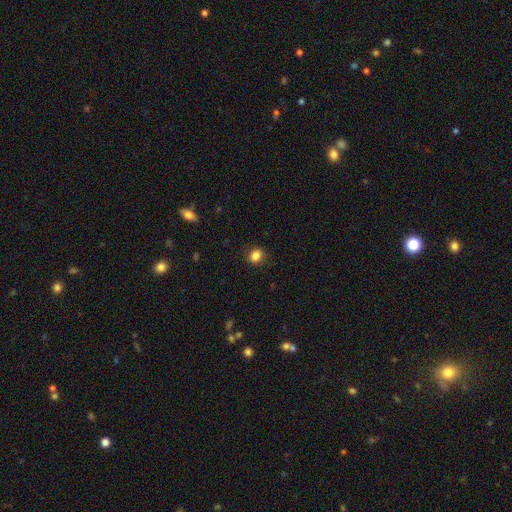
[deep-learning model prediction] smooth-or-featured: smooth: 85% | star or artifact: 11% | featured or disk: 5%
  how-rounded: round: 70% | in between: 29% | cigar-shaped: 1%
  merging: none: 86% | minor disturbance: 10% | major disturbance: 3% | merger: 1%